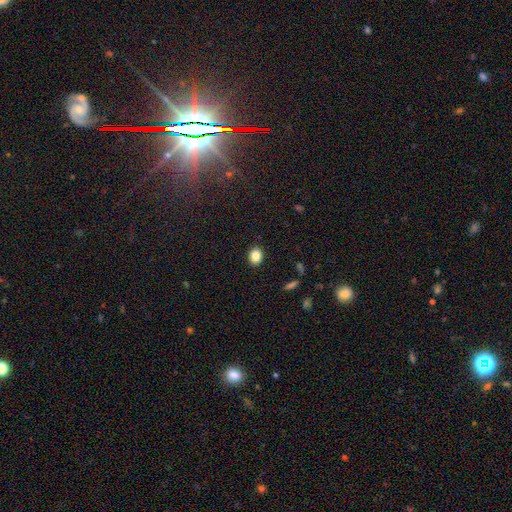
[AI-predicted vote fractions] A smooth galaxy with no disk features (85%) that is round (56%).

Vote fractions:
- Smooth or featured? smooth: 85% / star or artifact: 10% / featured or disk: 5%
- How rounded? round: 56% / in between: 43% / cigar-shaped: 1%
- Merging? none: 90% / minor disturbance: 7% / major disturbance: 2% / merger: 1%